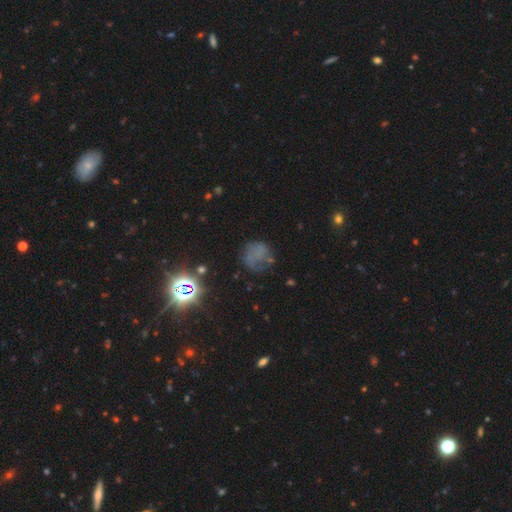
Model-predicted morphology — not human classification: This appears to be a smooth galaxy with no disk features (44%). Merging: none (45%).